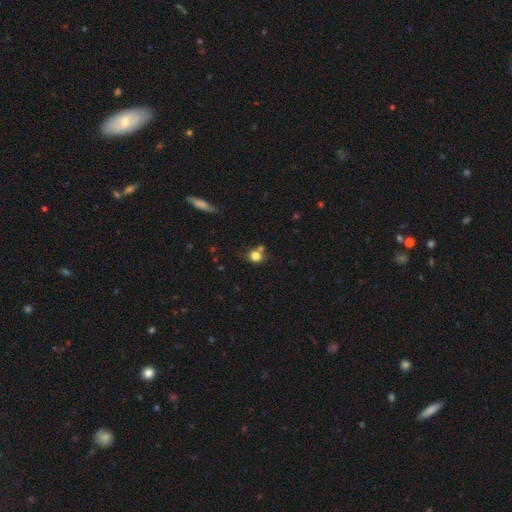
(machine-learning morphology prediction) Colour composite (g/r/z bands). It shows a smooth galaxy with no disk features (79%) that is round (78%). Merging: none (60%).